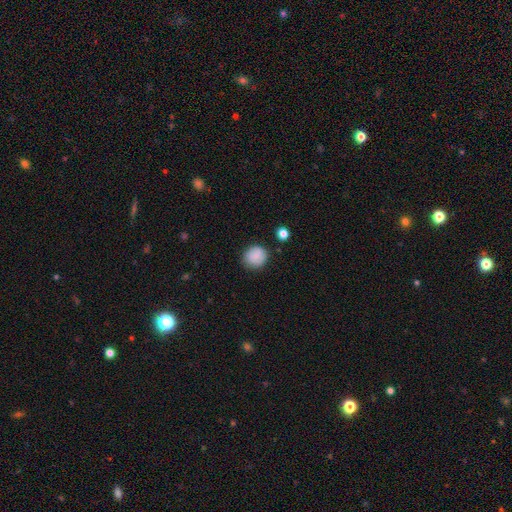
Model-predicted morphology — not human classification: Smooth or featured? Predicted: smooth (p=0.86). How rounded? Predicted: round (p=0.86). Merging? Predicted: none (p=0.82).